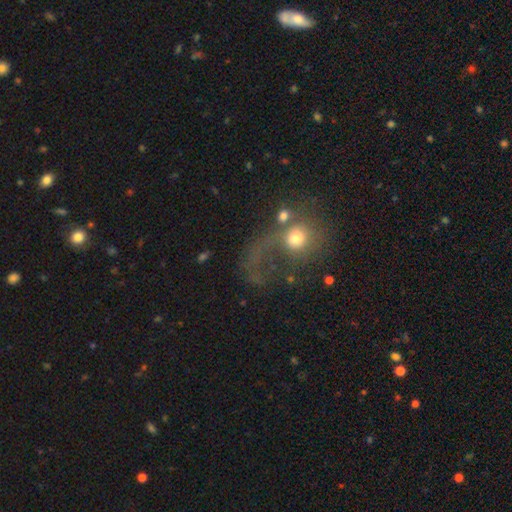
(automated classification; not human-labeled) A smooth galaxy with no disk features (42%).

Vote fractions:
- Smooth or featured? smooth: 42% / featured or disk: 40% / star or artifact: 18%
- Merging? major disturbance: 43% / none: 27% / merger: 18% / minor disturbance: 13%